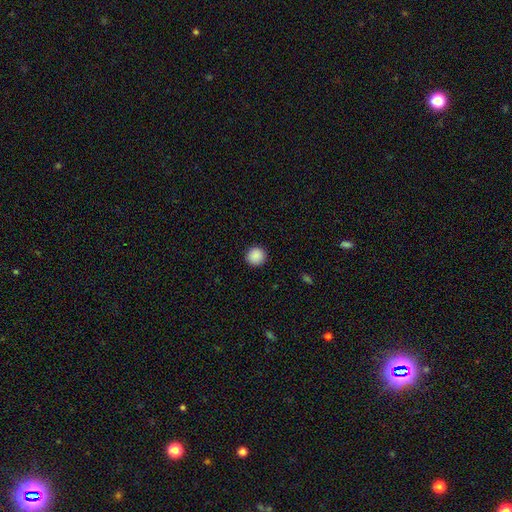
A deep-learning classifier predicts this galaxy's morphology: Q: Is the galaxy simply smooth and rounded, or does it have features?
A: smooth — 90%.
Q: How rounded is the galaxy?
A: round — 94%.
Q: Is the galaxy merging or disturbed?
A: none — 92%.